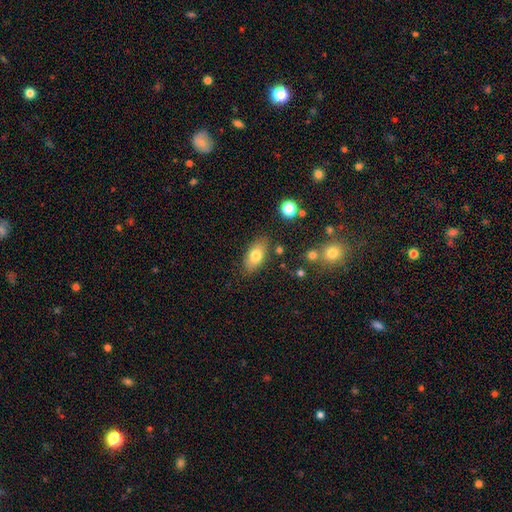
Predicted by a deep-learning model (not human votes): A smooth galaxy with no disk features (78%) that is in between round and cigar-shaped (89%).

Vote fractions:
- Smooth or featured? smooth: 78% / featured or disk: 15% / star or artifact: 8%
- How rounded? in between: 89% / cigar-shaped: 5% / round: 5%
- Merging? none: 80% / minor disturbance: 14% / merger: 3% / major disturbance: 3%